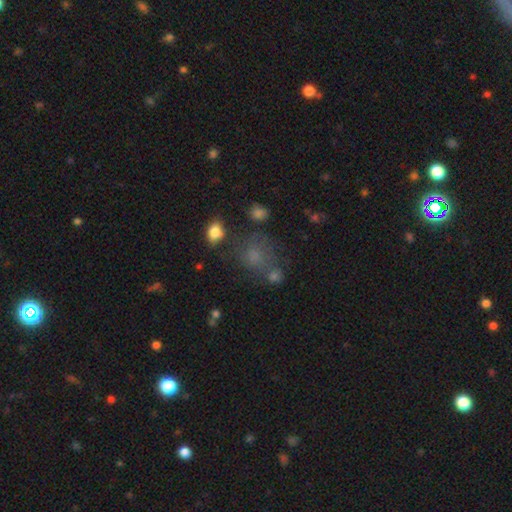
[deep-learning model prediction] Smooth or featured?
  - smooth: 56% *
  - star or artifact: 29%
  - featured or disk: 15%
How rounded?
  - round: 70% *
  - in between: 29%
  - cigar-shaped: 2%
Merging?
  - none: 57% *
  - minor disturbance: 17%
  - merger: 15%
  - major disturbance: 11%